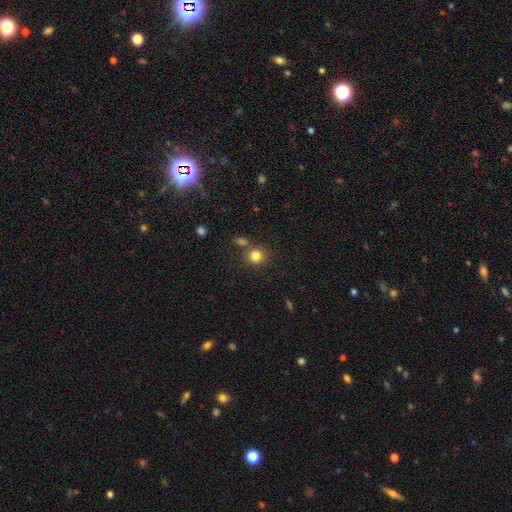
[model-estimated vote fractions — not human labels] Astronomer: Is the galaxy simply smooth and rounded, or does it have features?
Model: smooth — 82%.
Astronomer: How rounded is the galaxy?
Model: round — 87%.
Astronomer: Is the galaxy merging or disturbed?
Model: none — 75%.